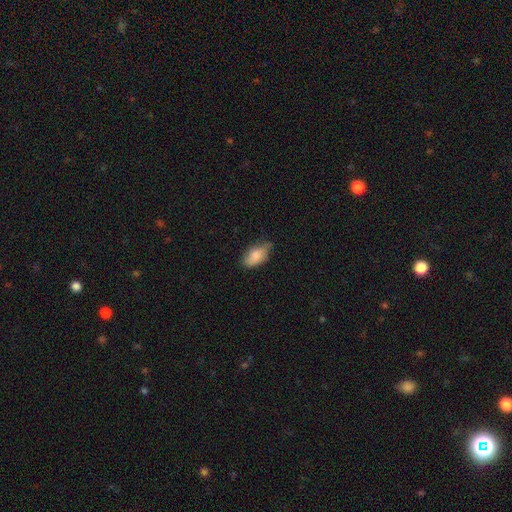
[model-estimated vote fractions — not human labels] A smooth galaxy with no disk features (78%) that is in between round and cigar-shaped (92%).

Vote fractions:
- Smooth or featured? smooth: 78% / featured or disk: 15% / star or artifact: 7%
- How rounded? in between: 92% / round: 4% / cigar-shaped: 4%
- Merging? none: 55% / minor disturbance: 36% / major disturbance: 7% / merger: 2%